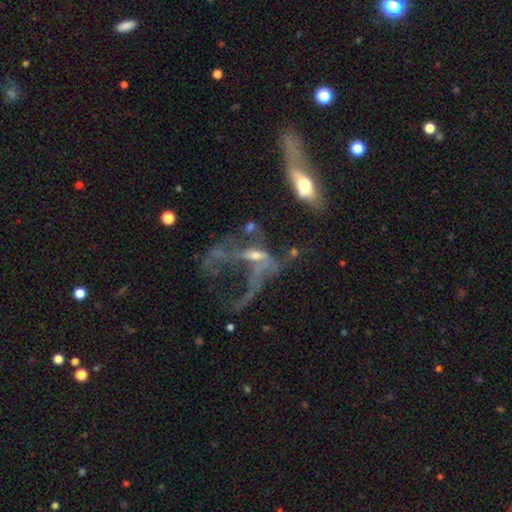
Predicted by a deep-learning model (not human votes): This appears to be a featured or disk galaxy (63%) with no bar (70%), no spiral arms (71%) and a small central bulge (37%). Merging: major disturbance (47%).